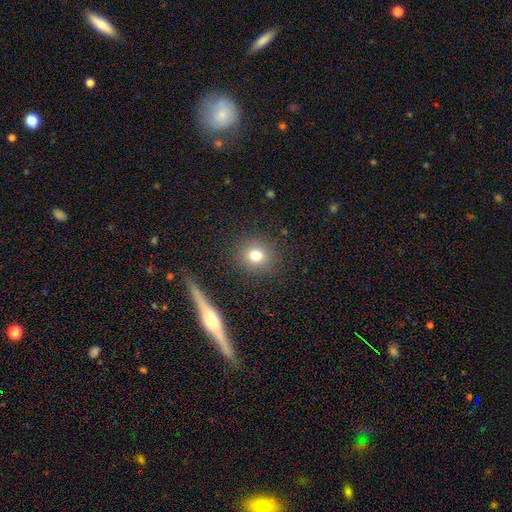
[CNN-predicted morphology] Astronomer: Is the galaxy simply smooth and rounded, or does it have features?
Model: smooth — 77%.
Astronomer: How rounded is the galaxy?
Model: round — 88%.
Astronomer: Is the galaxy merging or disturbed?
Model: none — 87%.